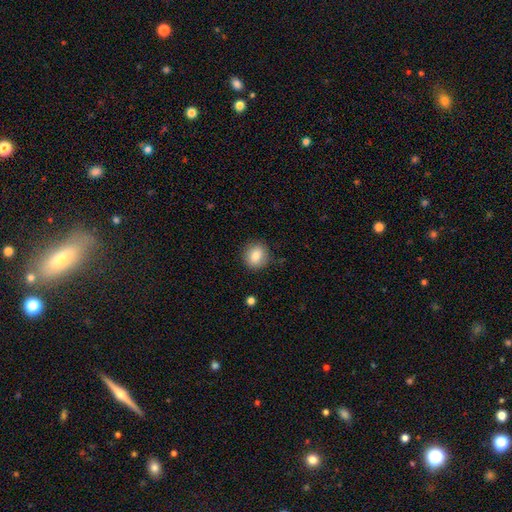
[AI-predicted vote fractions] Morphology: type=smooth (83%); roundness=round (79%); merging=none (87%).